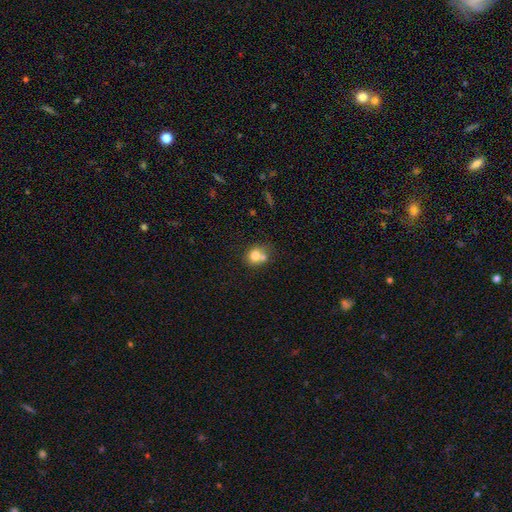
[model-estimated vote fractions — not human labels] Smooth or featured?
  - smooth: 75% *
  - featured or disk: 14%
  - star or artifact: 11%
How rounded?
  - round: 72% *
  - in between: 27%
  - cigar-shaped: 1%
Merging?
  - none: 43% *
  - merger: 41%
  - minor disturbance: 11%
  - major disturbance: 4%